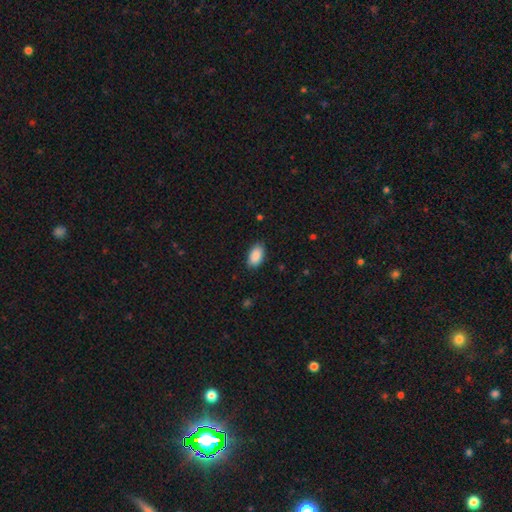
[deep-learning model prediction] smooth 90%, star or artifact 6%, featured or disk 3%. Down the decision tree: how rounded — in between (94%); merging — none (85%).